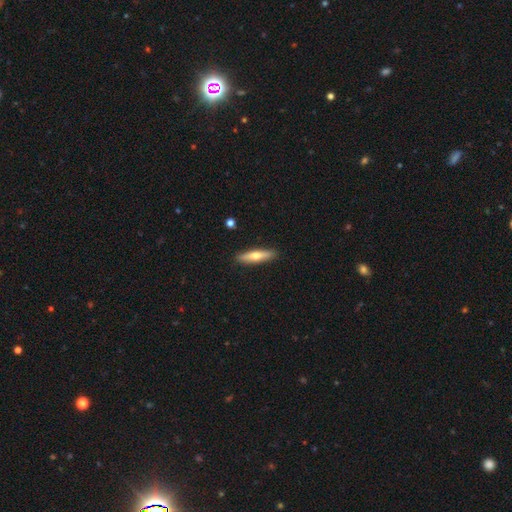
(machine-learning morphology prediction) This is possibly a smooth galaxy (55%). How rounded: likely cigar-shaped (78%). Merging: clearly none (90%).